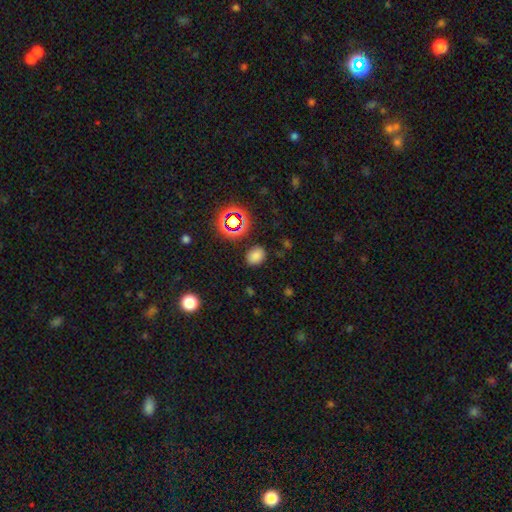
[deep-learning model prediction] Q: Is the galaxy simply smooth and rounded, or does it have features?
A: smooth — 75%.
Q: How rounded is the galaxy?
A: in between — 57%.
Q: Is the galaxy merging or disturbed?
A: none — 82%.